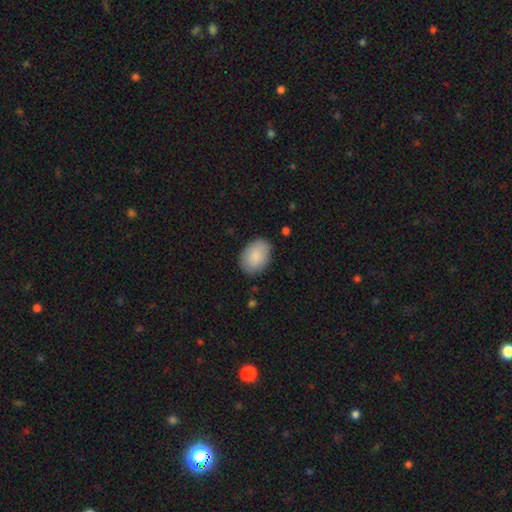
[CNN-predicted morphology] Q: Smooth or featured?
A: smooth (88%); runner-up: star or artifact (6%)
Q: How rounded?
A: in between (82%); runner-up: round (17%)
Q: Merging?
A: none (84%); runner-up: minor disturbance (12%)